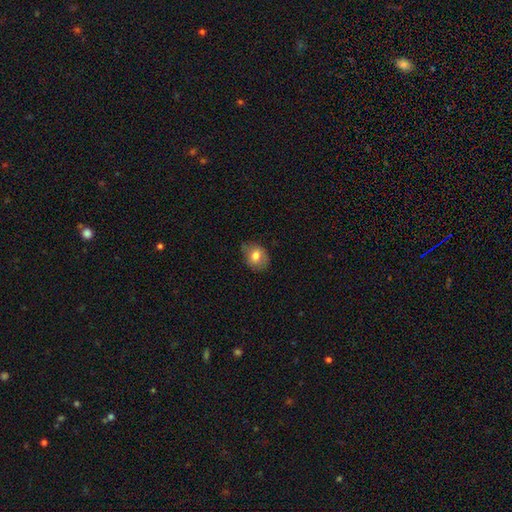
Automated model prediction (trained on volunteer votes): smooth-or-featured: smooth: 75% | featured or disk: 16% | star or artifact: 9%
  how-rounded: in between: 55% | round: 44% | cigar-shaped: 1%
  merging: none: 71% | minor disturbance: 23% | major disturbance: 4% | merger: 1%